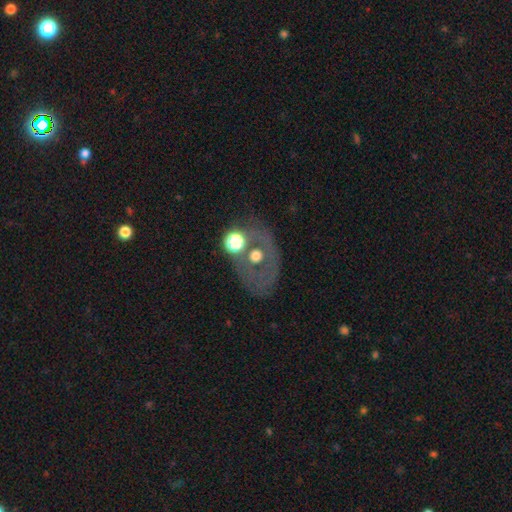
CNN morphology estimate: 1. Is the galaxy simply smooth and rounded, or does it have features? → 42% smooth, 40% featured or disk, 17% star or artifact.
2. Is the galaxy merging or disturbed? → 53% none, 18% merger, 15% minor disturbance, 14% major disturbance.